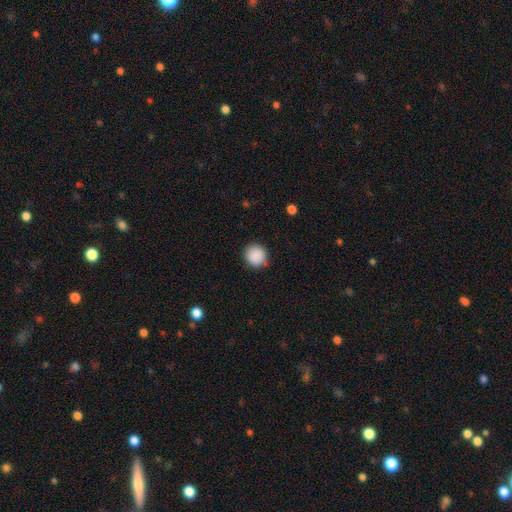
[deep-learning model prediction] Smooth or featured? smooth (89%)
How rounded? round (90%)
Merging? none (85%)